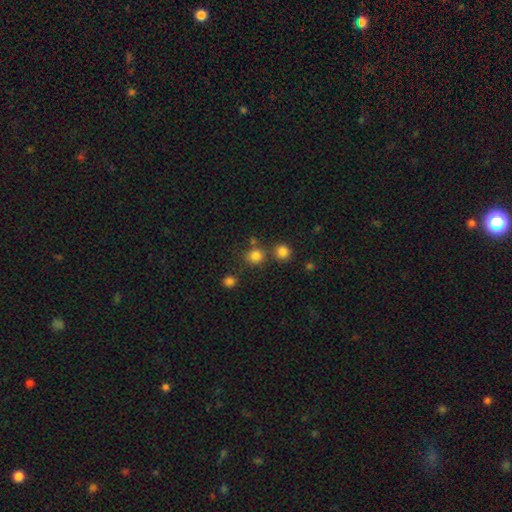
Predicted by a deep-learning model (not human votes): Smooth or featured: smooth — 80% (star or artifact — 15%)
How rounded: round — 86% (in between — 13%)
Merging: none — 70% (merger — 16%)